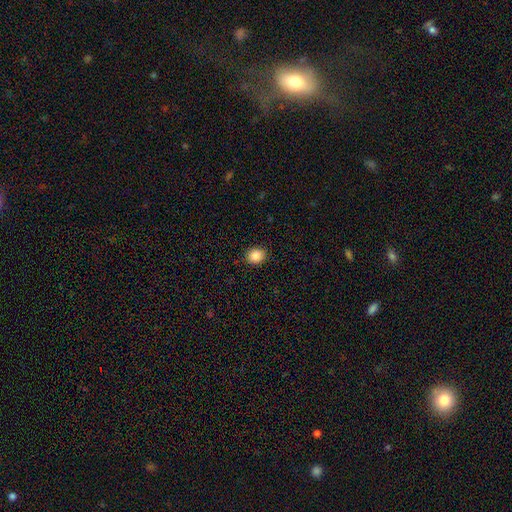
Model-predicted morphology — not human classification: Smooth or featured? Predicted: smooth (p=0.86). How rounded? Predicted: round (p=0.68). Merging? Predicted: none (p=0.90).